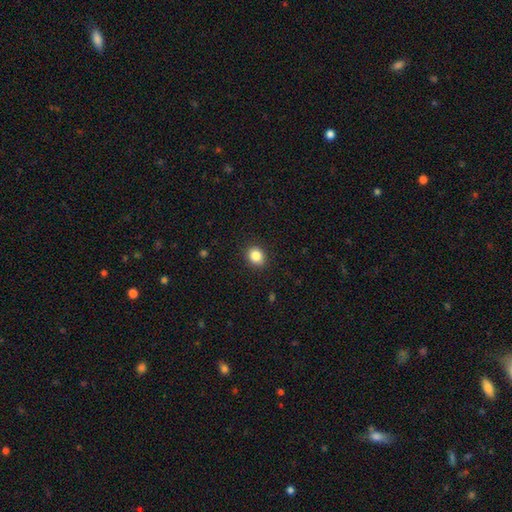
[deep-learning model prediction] smooth 86%, star or artifact 10%, featured or disk 4%. Down the decision tree: how rounded — round (66%); merging — none (90%).